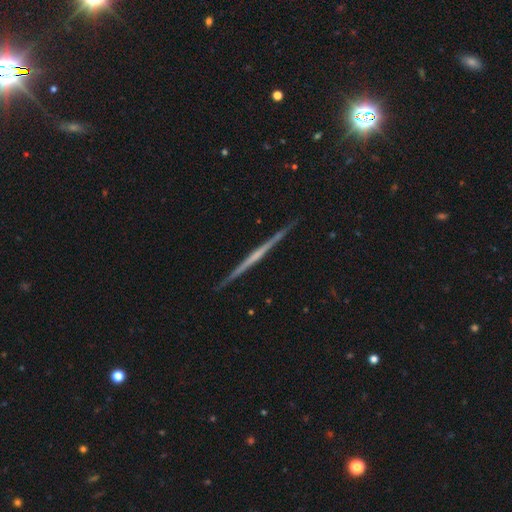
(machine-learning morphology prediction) Smooth or featured? featured or disk (76%)
Edge-on disk? yes (98%)
Edge-on bulge? none (74%)
Merging? none (92%)